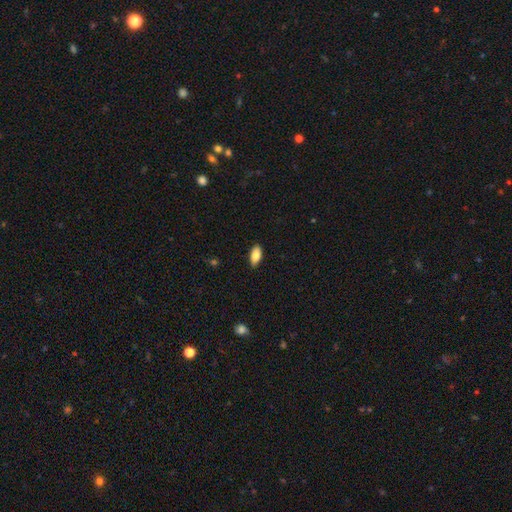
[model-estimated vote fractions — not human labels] Smooth or featured?
  - smooth: 83% *
  - featured or disk: 10%
  - star or artifact: 7%
How rounded?
  - in between: 90% *
  - cigar-shaped: 8%
  - round: 2%
Merging?
  - none: 86% *
  - minor disturbance: 11%
  - major disturbance: 2%
  - merger: 1%